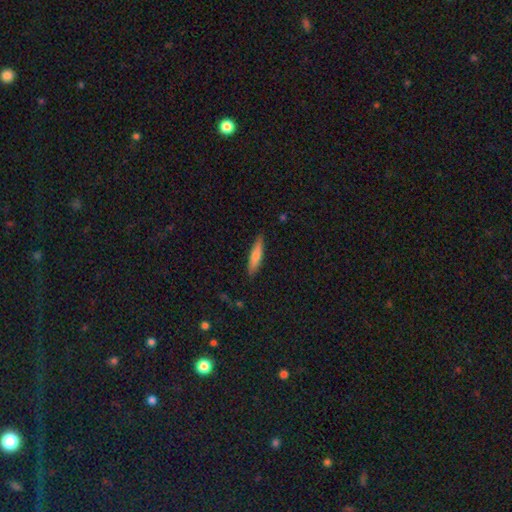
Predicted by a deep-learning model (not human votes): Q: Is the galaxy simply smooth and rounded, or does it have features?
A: smooth — 74%.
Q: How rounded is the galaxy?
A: cigar-shaped — 83%.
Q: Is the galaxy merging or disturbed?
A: none — 88%.